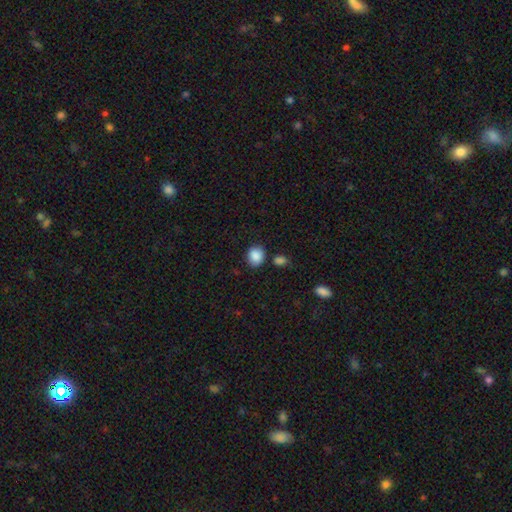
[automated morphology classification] A smooth galaxy with no disk features (88%) that is round (61%). Merging: none (77%).